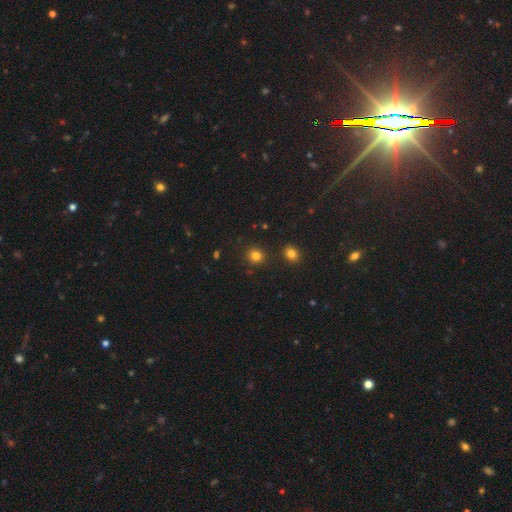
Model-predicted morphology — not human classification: Smooth or featured: smooth — 81% (star or artifact — 14%)
How rounded: round — 87% (in between — 12%)
Merging: none — 86% (minor disturbance — 7%)